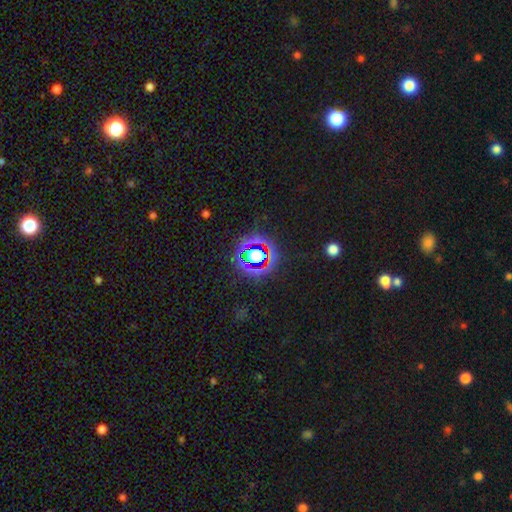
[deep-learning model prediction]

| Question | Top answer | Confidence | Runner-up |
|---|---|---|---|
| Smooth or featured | star or artifact | 65% | smooth (23%) |